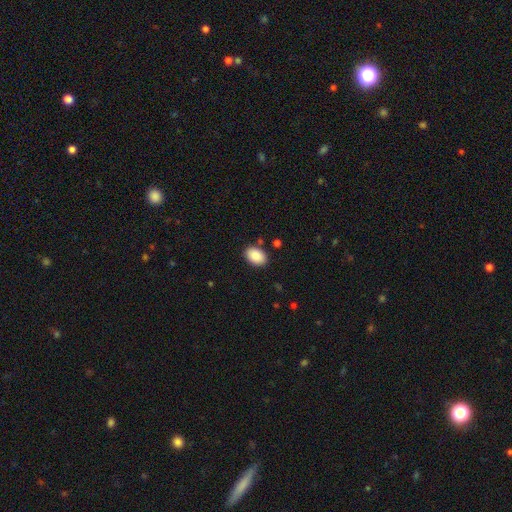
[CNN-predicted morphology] smooth-or-featured: smooth: 88% | star or artifact: 7% | featured or disk: 5%
  how-rounded: in between: 86% | round: 13% | cigar-shaped: 1%
  merging: none: 86% | minor disturbance: 9% | merger: 2% | major disturbance: 2%